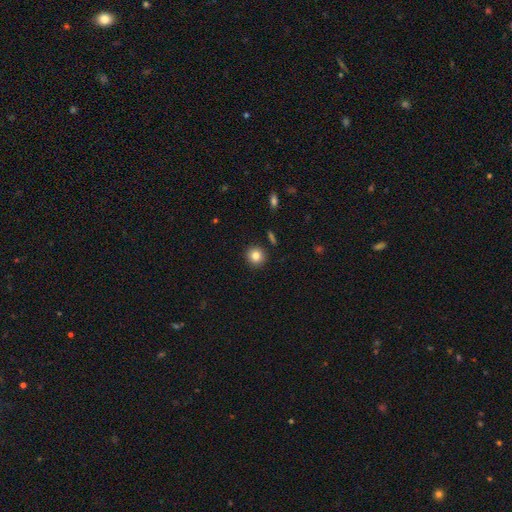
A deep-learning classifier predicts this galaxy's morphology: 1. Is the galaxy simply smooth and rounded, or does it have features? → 82% smooth, 10% star or artifact, 7% featured or disk.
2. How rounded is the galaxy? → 92% round, 7% in between, 1% cigar-shaped.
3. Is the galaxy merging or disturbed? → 91% none, 6% minor disturbance, 2% merger, 2% major disturbance.